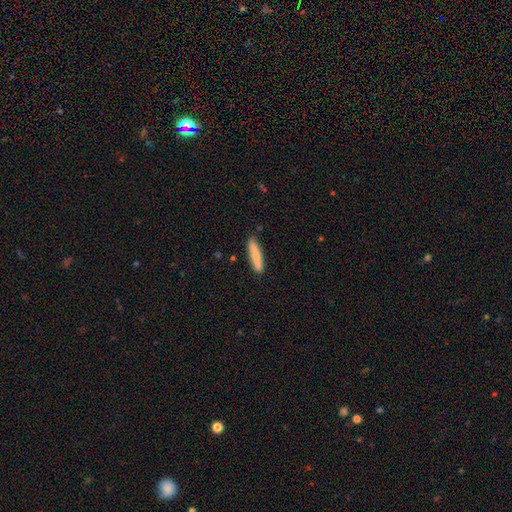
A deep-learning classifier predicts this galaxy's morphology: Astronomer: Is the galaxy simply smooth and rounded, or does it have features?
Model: smooth — 79%.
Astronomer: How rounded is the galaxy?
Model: cigar-shaped — 85%.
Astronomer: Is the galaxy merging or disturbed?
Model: none — 86%.